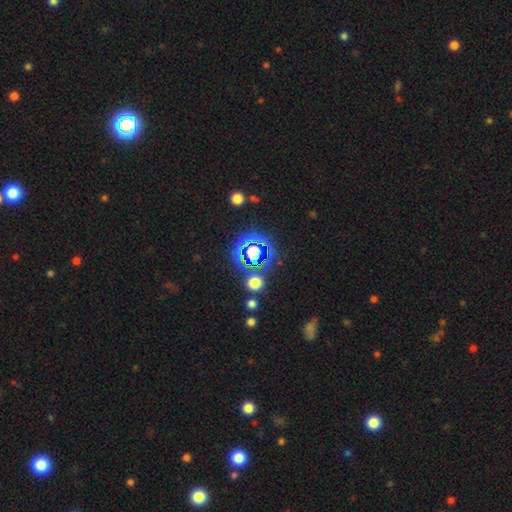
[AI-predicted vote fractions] The model was most divided on "smooth or featured": star or artifact: 78%, smooth: 15%, featured or disk: 7%.